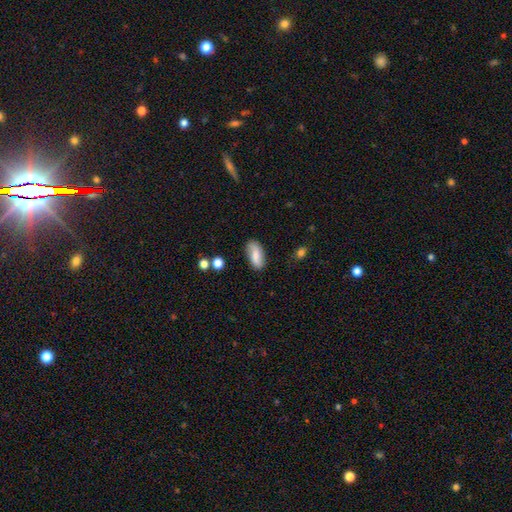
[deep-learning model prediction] A smooth galaxy with no disk features (67%) that is in between round and cigar-shaped (86%).

Vote fractions:
- Smooth or featured? smooth: 67% / featured or disk: 25% / star or artifact: 8%
- How rounded? in between: 86% / cigar-shaped: 11% / round: 3%
- Merging? none: 79% / minor disturbance: 15% / major disturbance: 4% / merger: 2%